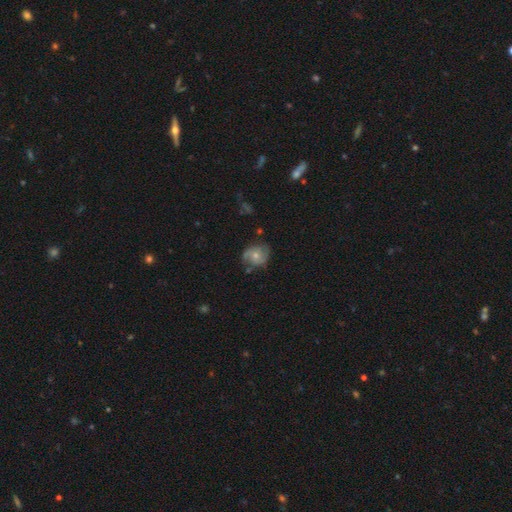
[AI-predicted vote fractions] Smooth or featured? Predicted: featured or disk (p=0.57). Edge-on disk? Predicted: no (p=0.97). Bar? Predicted: no (p=0.76). Spiral arms? Predicted: yes (p=0.82). Bulge size? Predicted: small (p=0.54). Merging? Predicted: none (p=0.63).